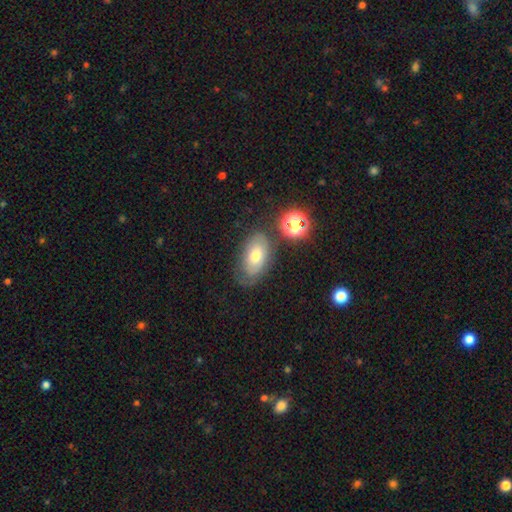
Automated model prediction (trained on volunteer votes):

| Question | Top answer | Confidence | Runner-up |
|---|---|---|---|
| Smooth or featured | smooth | 53% | featured or disk (35%) |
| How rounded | in between | 89% | round (9%) |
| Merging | none | 62% | minor disturbance (22%) |